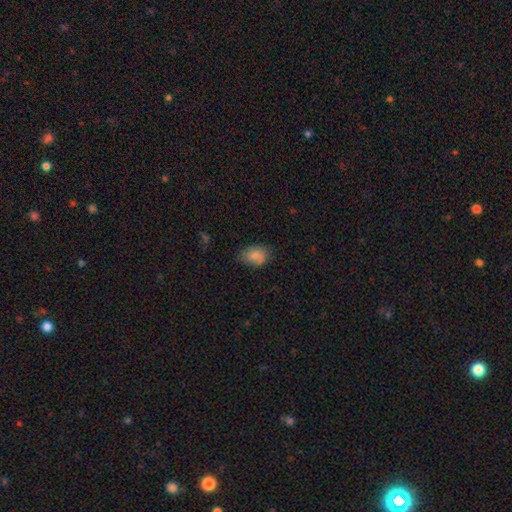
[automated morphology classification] Q: Smooth or featured?
A: smooth (84%); runner-up: featured or disk (8%)
Q: How rounded?
A: in between (81%); runner-up: round (17%)
Q: Merging?
A: none (72%); runner-up: minor disturbance (22%)